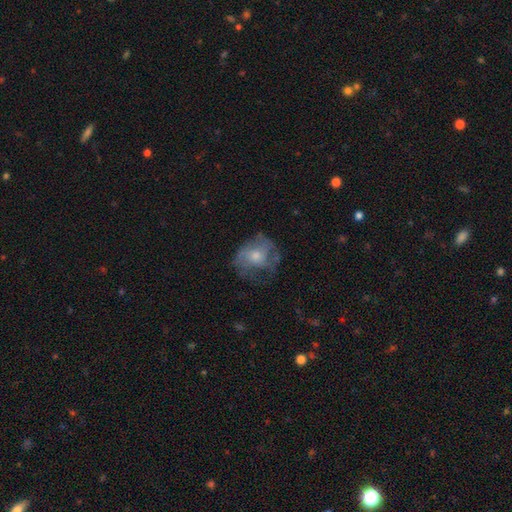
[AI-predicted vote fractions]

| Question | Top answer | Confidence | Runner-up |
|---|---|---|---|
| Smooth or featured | featured or disk | 48% | smooth (42%) |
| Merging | none | 52% | minor disturbance (24%) |